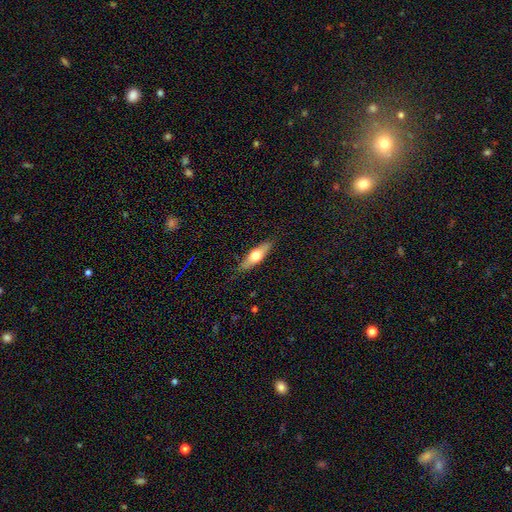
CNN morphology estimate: Smooth or featured? smooth (53%)
How rounded? cigar-shaped (49%)
Merging? none (84%)